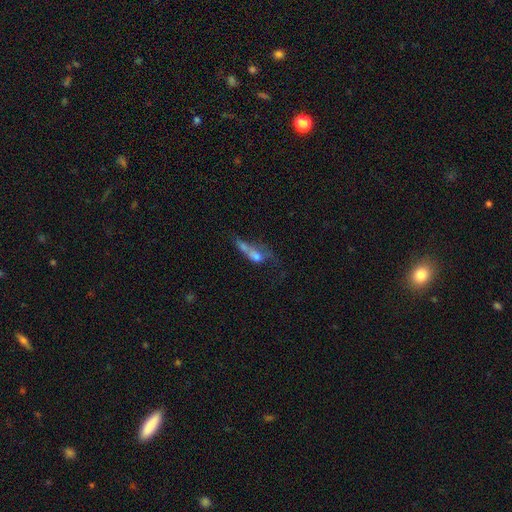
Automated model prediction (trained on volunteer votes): smooth-or-featured: smooth: 47% | featured or disk: 40% | star or artifact: 13%
  merging: merger: 40% | major disturbance: 31% | none: 17% | minor disturbance: 11%